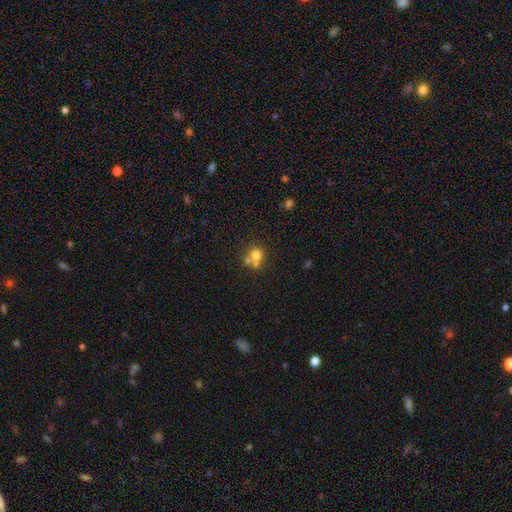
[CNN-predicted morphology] smooth-or-featured: smooth: 70% | featured or disk: 16% | star or artifact: 14%
  how-rounded: round: 83% | in between: 16% | cigar-shaped: 1%
  merging: merger: 47% | none: 43% | minor disturbance: 7% | major disturbance: 4%